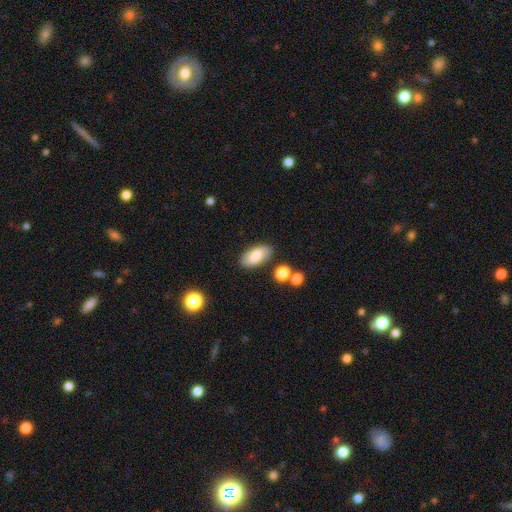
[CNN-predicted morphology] The model was most divided on "smooth or featured": smooth: 70%, featured or disk: 22%, star or artifact: 7%. More confident: how rounded — in between (91%); merging — none (82%).